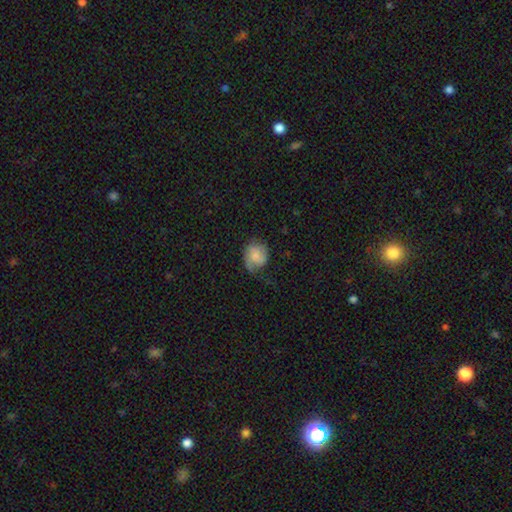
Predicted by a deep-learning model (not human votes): Overall: smooth (63%; featured or disk 29%). How rounded: round (63%; in between 36%). Merging: none (46%; minor disturbance 32%).